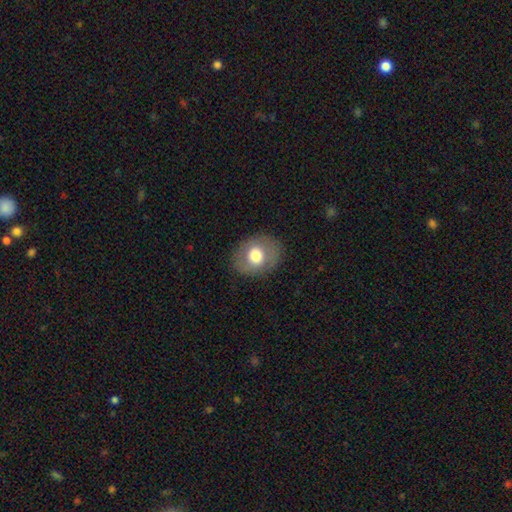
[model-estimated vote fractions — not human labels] A smooth galaxy with no disk features (68%) that is round (51%). Merging: none (83%).